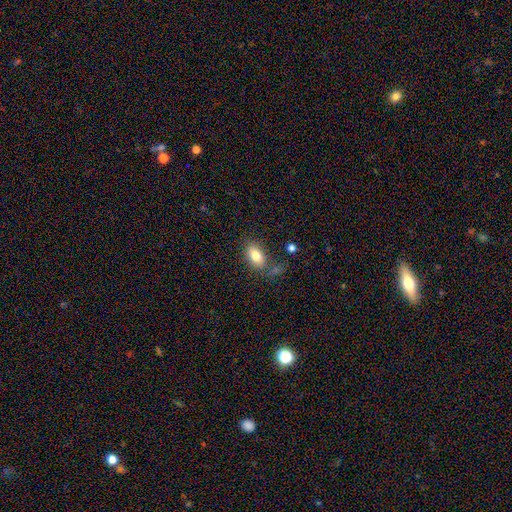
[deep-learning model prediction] Smooth or featured: smooth — 80% (featured or disk — 12%)
How rounded: in between — 88% (round — 9%)
Merging: none — 67% (minor disturbance — 17%)